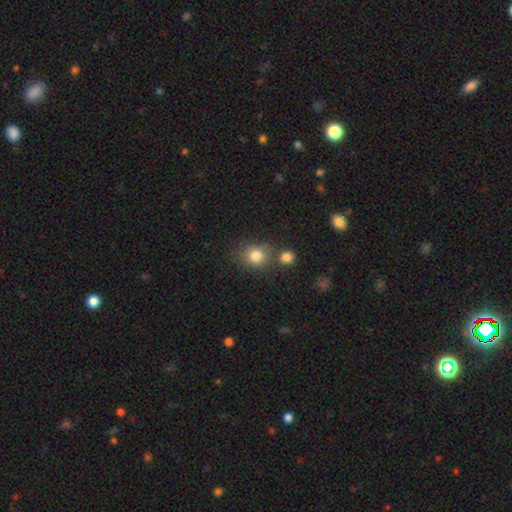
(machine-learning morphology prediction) Smooth or featured?
  - smooth: 81% *
  - star or artifact: 12%
  - featured or disk: 7%
How rounded?
  - round: 76% *
  - in between: 23%
  - cigar-shaped: 1%
Merging?
  - none: 64% *
  - merger: 20%
  - minor disturbance: 12%
  - major disturbance: 4%